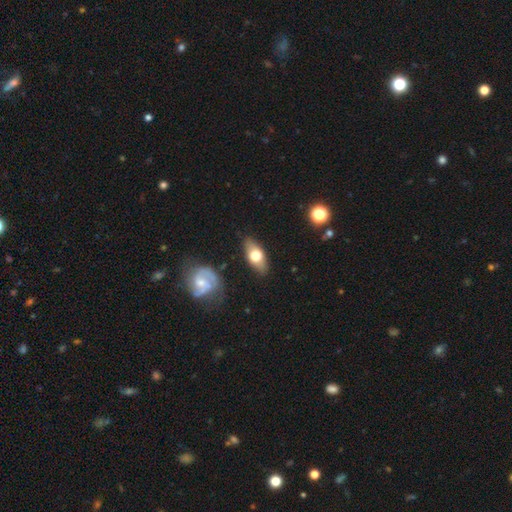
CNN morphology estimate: This is possibly a smooth galaxy (57%). How rounded: clearly in between (85%). Merging: clearly none (81%).